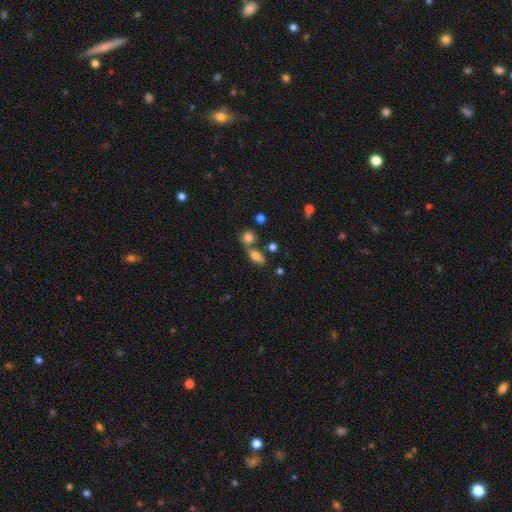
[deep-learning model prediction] Smooth or featured? smooth (69%)
How rounded? in between (75%)
Merging? none (52%)